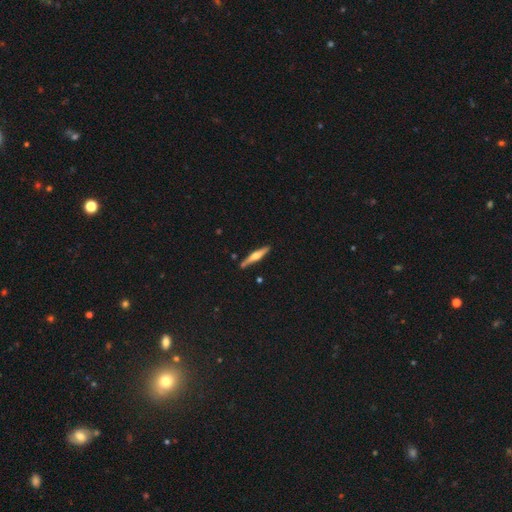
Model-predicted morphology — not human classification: Smooth or featured? featured or disk (63%)
Edge-on disk? yes (97%)
Edge-on bulge? rounded (87%)
Merging? none (85%)